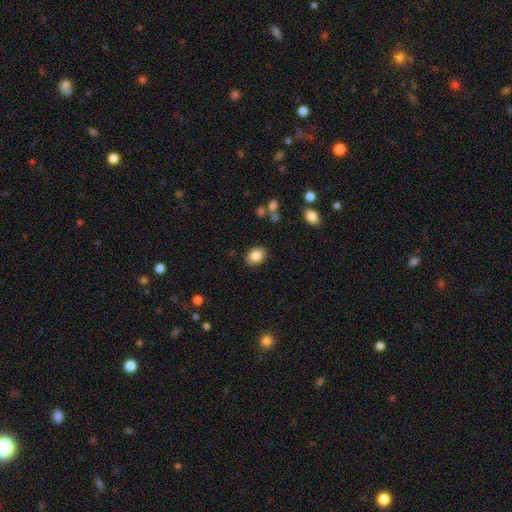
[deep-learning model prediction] Smooth or featured: smooth — 85% (star or artifact — 9%)
How rounded: in between — 62% (round — 37%)
Merging: none — 87% (minor disturbance — 9%)